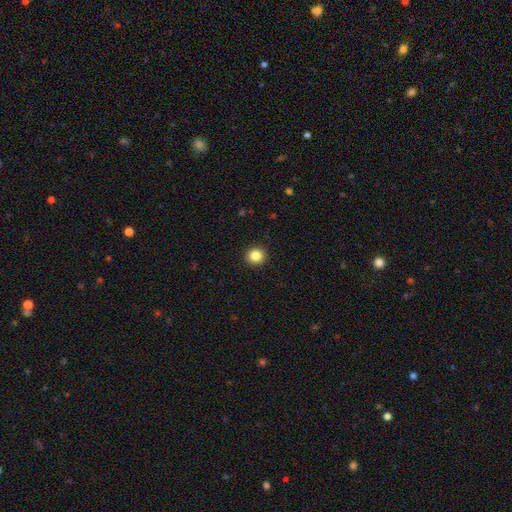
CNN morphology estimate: Overall: smooth (85%). How rounded: round (91%). Merging: none (92%).